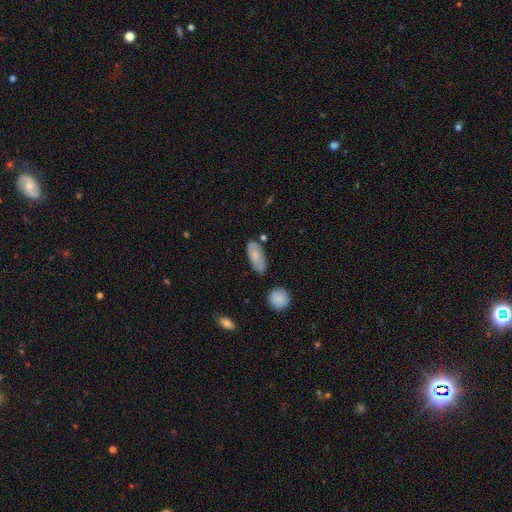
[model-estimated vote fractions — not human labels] smooth 64%, featured or disk 29%, star or artifact 7%. Down the decision tree: how rounded — in between (88%); merging — none (68%).